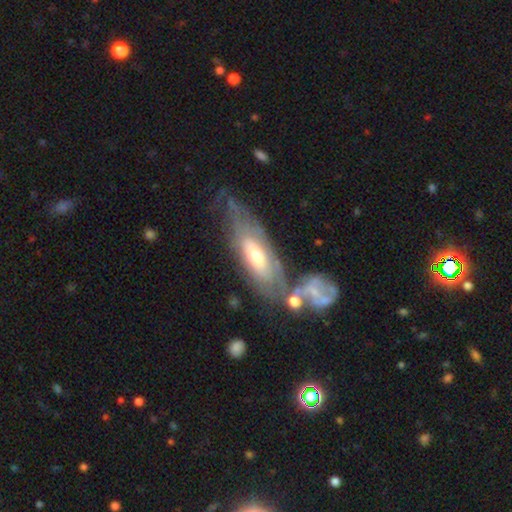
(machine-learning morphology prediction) smooth-or-featured: featured or disk: 61% | smooth: 33% | star or artifact: 6%
  disk-edge-on: no: 76% | yes: 24%
  merging: none: 44% | minor disturbance: 22% | major disturbance: 17% | merger: 17%